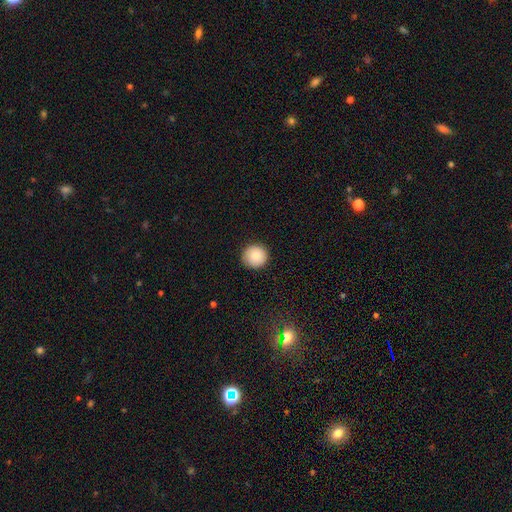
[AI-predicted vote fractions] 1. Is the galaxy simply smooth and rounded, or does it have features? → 83% smooth, 9% featured or disk, 8% star or artifact.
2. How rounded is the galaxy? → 95% round, 4% in between, 1% cigar-shaped.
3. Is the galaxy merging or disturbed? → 89% none, 8% minor disturbance, 2% major disturbance, 1% merger.